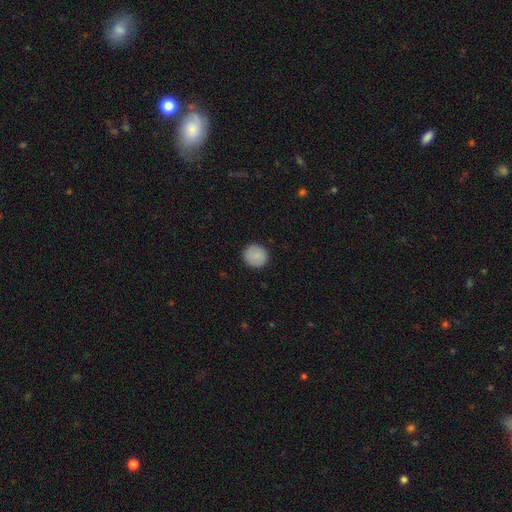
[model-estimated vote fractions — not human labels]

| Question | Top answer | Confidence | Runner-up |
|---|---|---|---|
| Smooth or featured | smooth | 88% | star or artifact (7%) |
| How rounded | round | 93% | in between (6%) |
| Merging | none | 91% | minor disturbance (6%) |